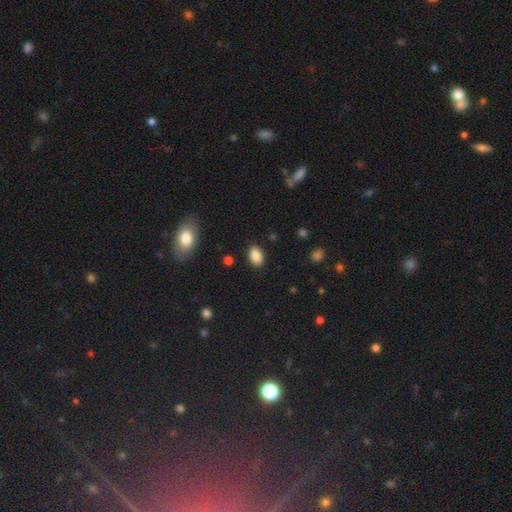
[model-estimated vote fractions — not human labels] A smooth galaxy with no disk features (87%) that is in between round and cigar-shaped (88%).

Vote fractions:
- Smooth or featured? smooth: 87% / star or artifact: 8% / featured or disk: 4%
- How rounded? in between: 88% / round: 11% / cigar-shaped: 2%
- Merging? none: 87% / minor disturbance: 9% / major disturbance: 3% / merger: 1%